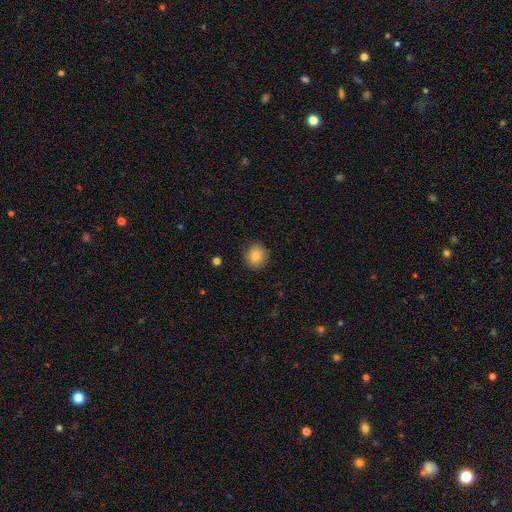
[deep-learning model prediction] A smooth galaxy with no disk features (82%) that is round (92%).

Vote fractions:
- Smooth or featured? smooth: 82% / star or artifact: 10% / featured or disk: 8%
- How rounded? round: 92% / in between: 7% / cigar-shaped: 1%
- Merging? none: 90% / minor disturbance: 7% / major disturbance: 2% / merger: 1%